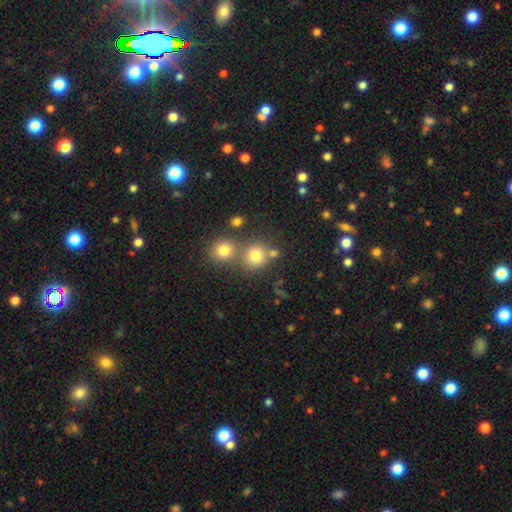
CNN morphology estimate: Smooth or featured? Predicted: smooth (p=0.77). How rounded? Predicted: round (p=0.88). Merging? Predicted: none (p=0.59).